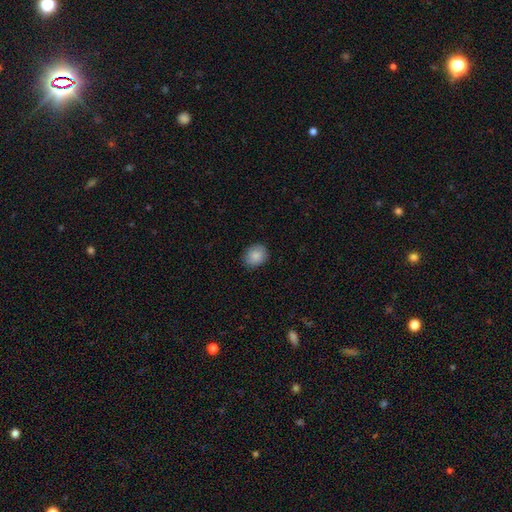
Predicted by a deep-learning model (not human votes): smooth_or_featured: smooth (p=0.88) [alt: star or artifact p=0.07]
how_rounded: round (p=0.56) [alt: in between p=0.43]
merging: none (p=0.87) [alt: minor disturbance p=0.10]